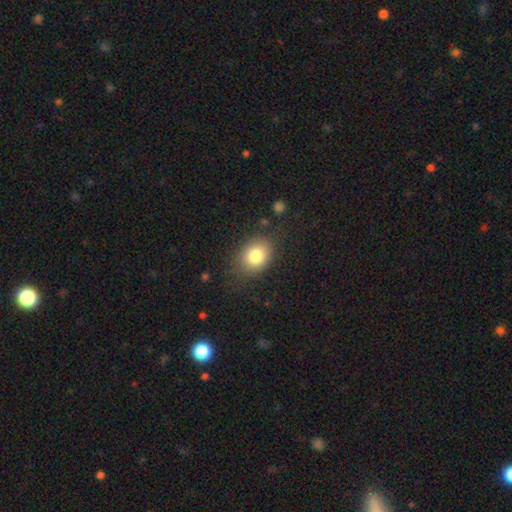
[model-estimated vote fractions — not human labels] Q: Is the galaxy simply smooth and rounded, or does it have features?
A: smooth — 80%.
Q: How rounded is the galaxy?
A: in between — 52%.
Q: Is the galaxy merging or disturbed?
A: none — 81%.